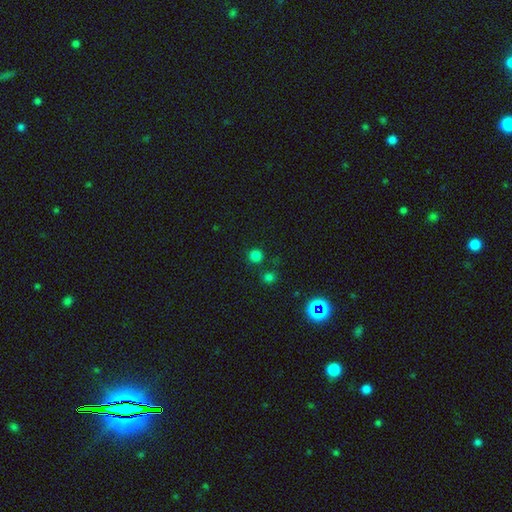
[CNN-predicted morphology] smooth_or_featured: smooth (p=0.77) [alt: star or artifact p=0.19]
how_rounded: round (p=0.94) [alt: in between p=0.05]
merging: none (p=0.82) [alt: merger p=0.08]